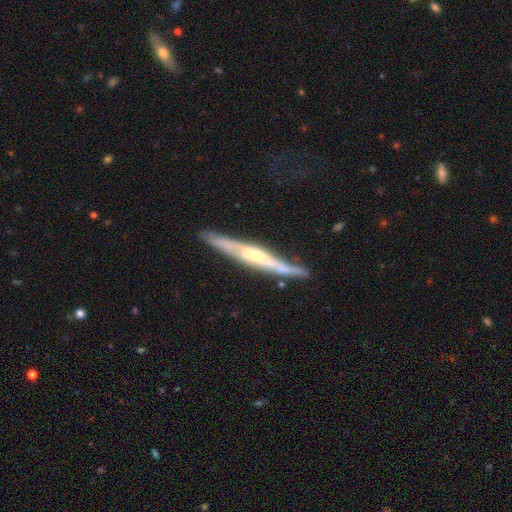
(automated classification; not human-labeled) This is likely a featured or disk galaxy (77%). It is clearly viewed edge-on (88%). Edge-on bulge: likely rounded (64%). Merging: likely none (72%).